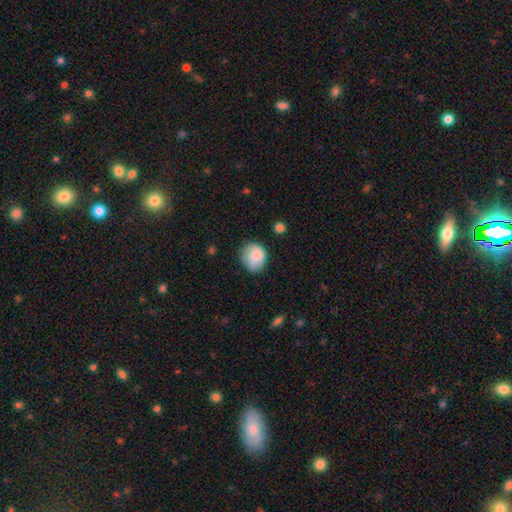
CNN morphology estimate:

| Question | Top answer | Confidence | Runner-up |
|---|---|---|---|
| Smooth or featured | smooth | 84% | featured or disk (9%) |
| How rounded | round | 70% | in between (29%) |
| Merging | none | 65% | minor disturbance (26%) |